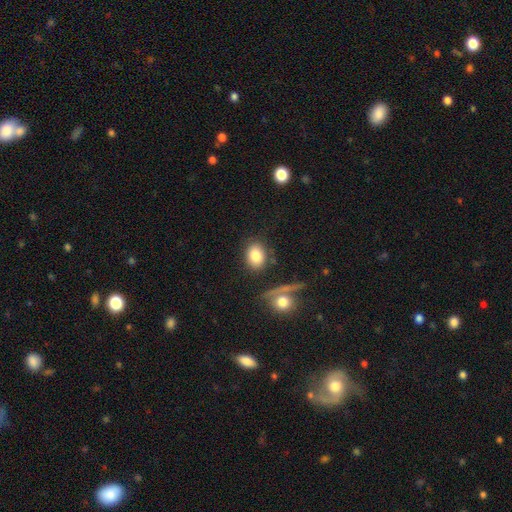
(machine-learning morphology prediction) Overall: smooth (83%). How rounded: in between (68%; round 30%). Merging: none (76%).